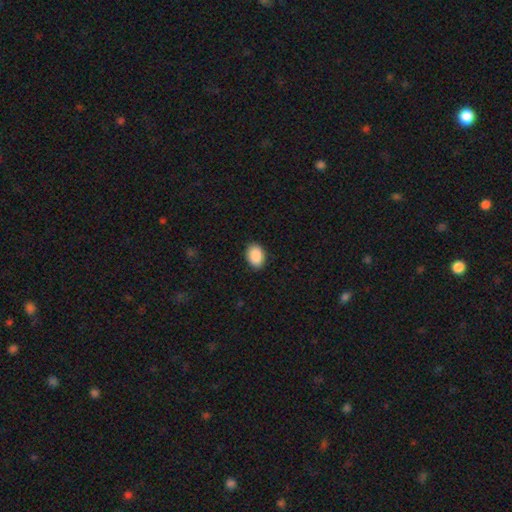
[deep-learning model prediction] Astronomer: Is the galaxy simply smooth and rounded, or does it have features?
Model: smooth — 90%.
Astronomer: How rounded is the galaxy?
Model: in between — 84%.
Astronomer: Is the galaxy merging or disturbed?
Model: none — 89%.